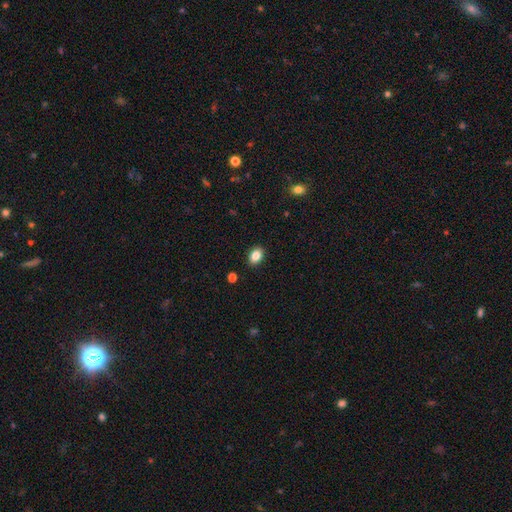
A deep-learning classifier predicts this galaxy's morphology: Smooth or featured? Predicted: smooth (p=0.85). How rounded? Predicted: in between (p=0.79). Merging? Predicted: none (p=0.89).